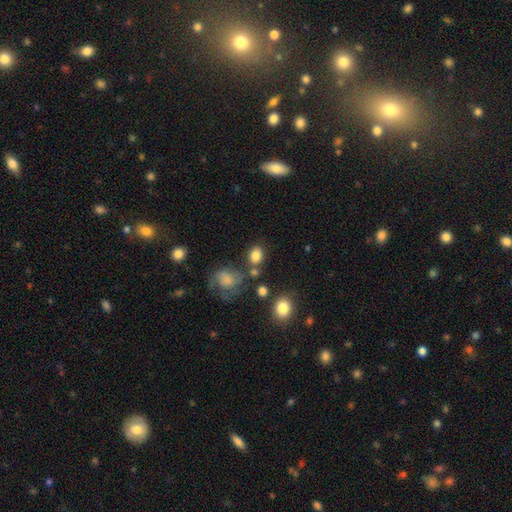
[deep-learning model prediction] Q: Smooth or featured?
A: smooth (83%); runner-up: star or artifact (10%)
Q: How rounded?
A: in between (55%); runner-up: round (44%)
Q: Merging?
A: none (66%); runner-up: minor disturbance (15%)